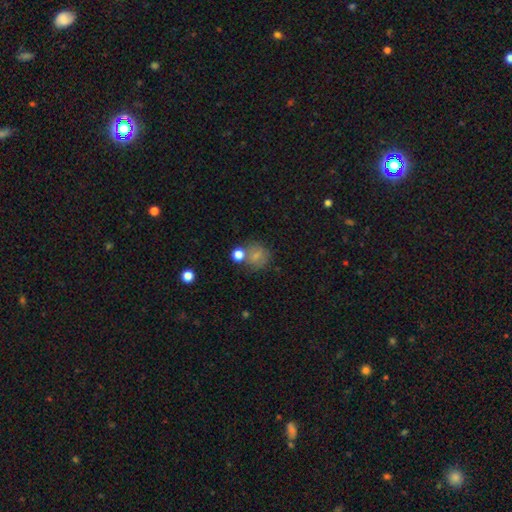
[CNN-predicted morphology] A smooth galaxy with no disk features (72%) that is round (80%). Merging: none (56%).